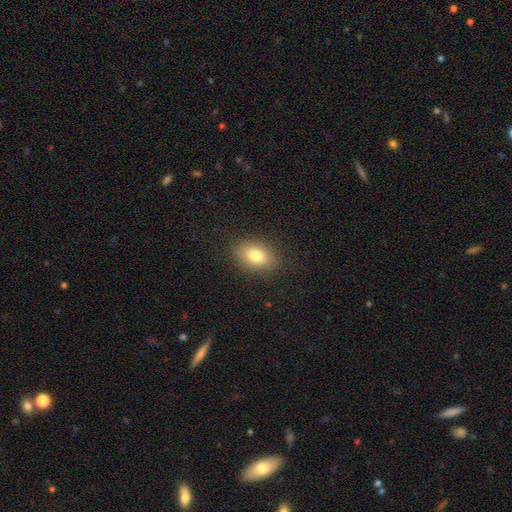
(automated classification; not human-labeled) Smooth or featured? Predicted: smooth (p=0.81). How rounded? Predicted: in between (p=0.82). Merging? Predicted: none (p=0.87).